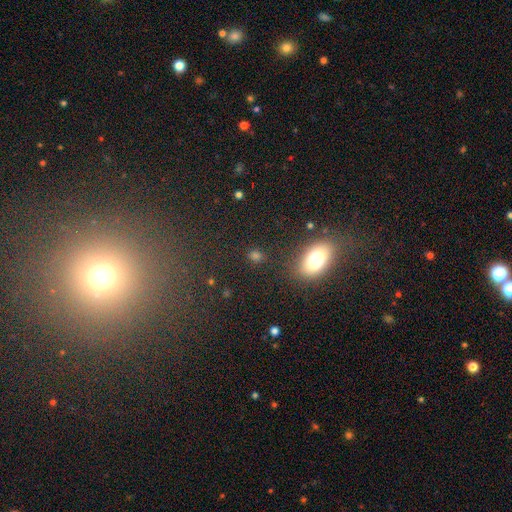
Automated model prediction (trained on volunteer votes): Smooth or featured? Predicted: smooth (p=0.75). How rounded? Predicted: in between (p=0.69). Merging? Predicted: none (p=0.80).